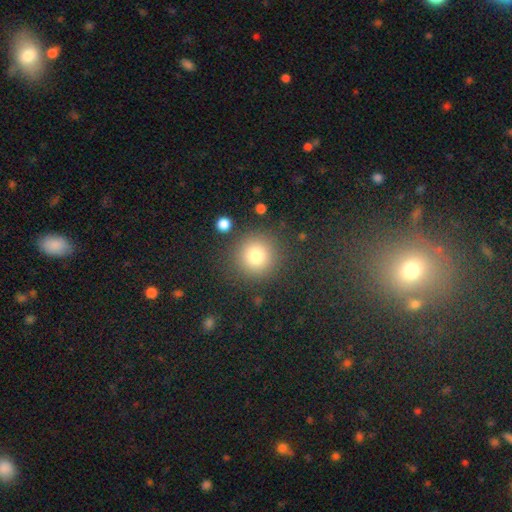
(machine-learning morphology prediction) Q: Smooth or featured?
A: smooth (78%); runner-up: star or artifact (13%)
Q: How rounded?
A: round (94%); runner-up: in between (5%)
Q: Merging?
A: none (85%); runner-up: minor disturbance (8%)